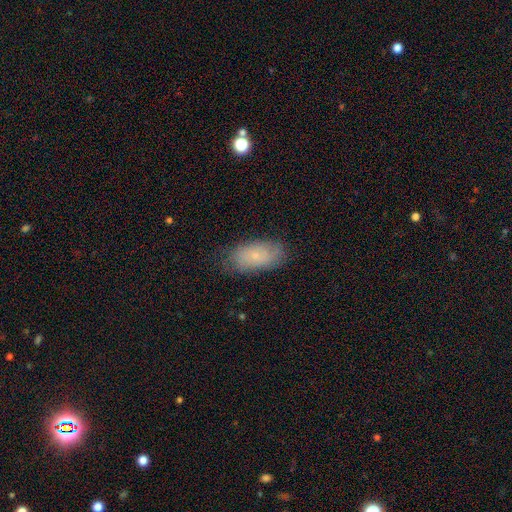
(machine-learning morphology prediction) Smooth or featured: smooth — 66% (featured or disk — 26%)
How rounded: in between — 91% (cigar-shaped — 5%)
Merging: none — 75% (minor disturbance — 19%)